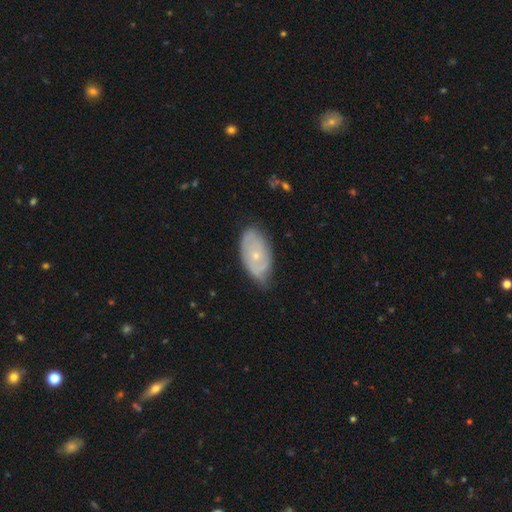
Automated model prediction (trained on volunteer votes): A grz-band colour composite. It shows a featured or disk galaxy (56%) with no bar (83%), spiral arms (62%) and a small central bulge (72%). Merging: none (68%).